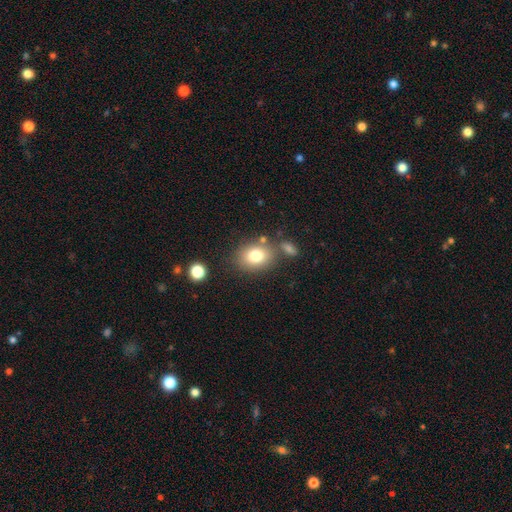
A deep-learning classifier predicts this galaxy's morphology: Smooth or featured? smooth (78%)
How rounded? in between (56%)
Merging? none (71%)